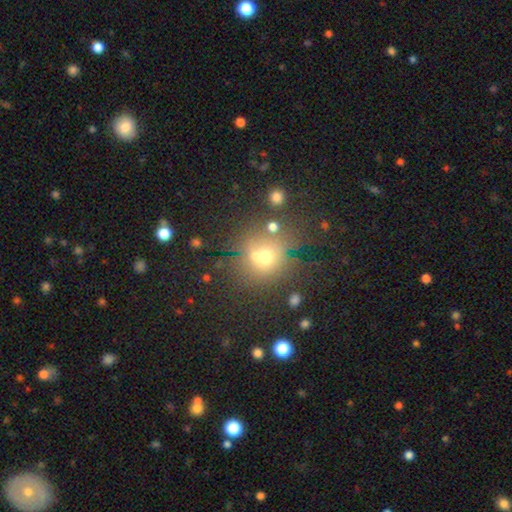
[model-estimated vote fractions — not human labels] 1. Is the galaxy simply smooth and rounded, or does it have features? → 61% smooth, 22% star or artifact, 18% featured or disk.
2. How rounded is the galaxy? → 84% round, 15% in between, 1% cigar-shaped.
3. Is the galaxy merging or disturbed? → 52% none, 28% merger, 12% minor disturbance, 8% major disturbance.